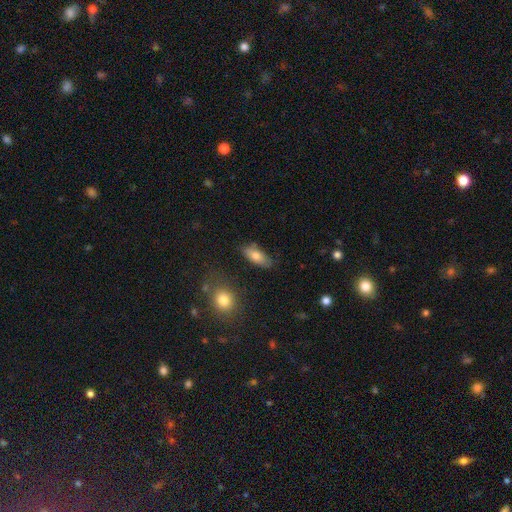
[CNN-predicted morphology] A smooth galaxy with no disk features (76%) that is in between round and cigar-shaped (79%). Merging: none (75%).